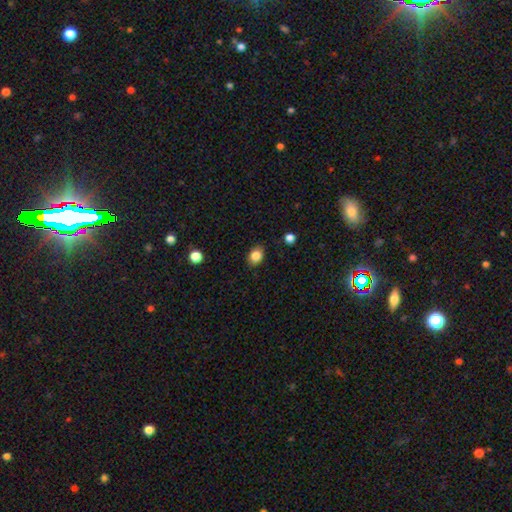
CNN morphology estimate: Smooth or featured? Predicted: smooth (p=0.85). How rounded? Predicted: in between (p=0.62). Merging? Predicted: none (p=0.86).